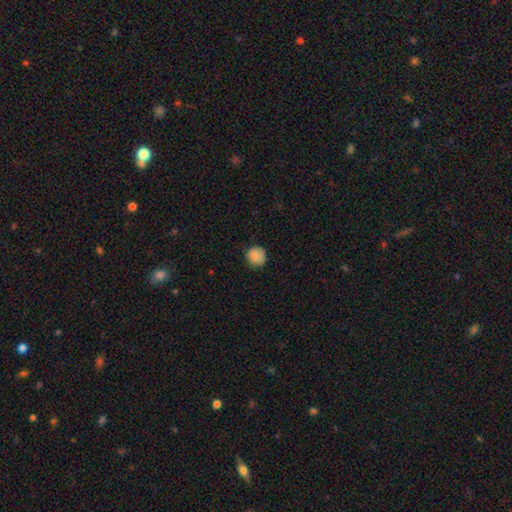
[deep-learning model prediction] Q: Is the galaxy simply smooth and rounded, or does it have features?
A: smooth — 86%.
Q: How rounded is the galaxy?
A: round — 88%.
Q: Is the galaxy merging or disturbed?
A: none — 79%.